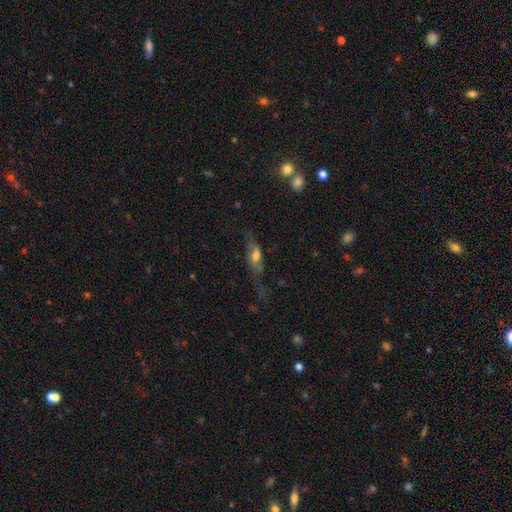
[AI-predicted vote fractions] Smooth or featured? Predicted: smooth (p=0.49). Merging? Predicted: none (p=0.49).